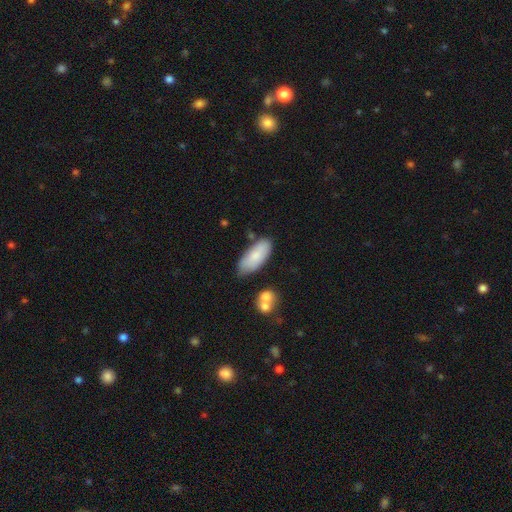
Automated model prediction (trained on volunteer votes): Q: Smooth or featured?
A: smooth (79%); runner-up: featured or disk (15%)
Q: How rounded?
A: in between (83%); runner-up: cigar-shaped (15%)
Q: Merging?
A: none (68%); runner-up: minor disturbance (22%)